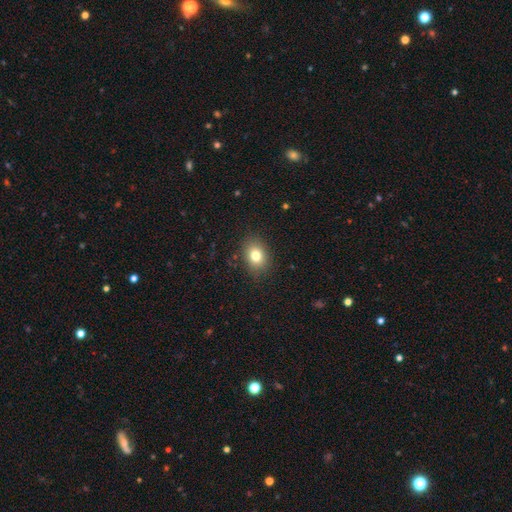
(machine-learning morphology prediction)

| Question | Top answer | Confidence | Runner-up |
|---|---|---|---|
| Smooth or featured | smooth | 79% | star or artifact (11%) |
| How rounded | in between | 58% | round (41%) |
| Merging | none | 86% | minor disturbance (10%) |